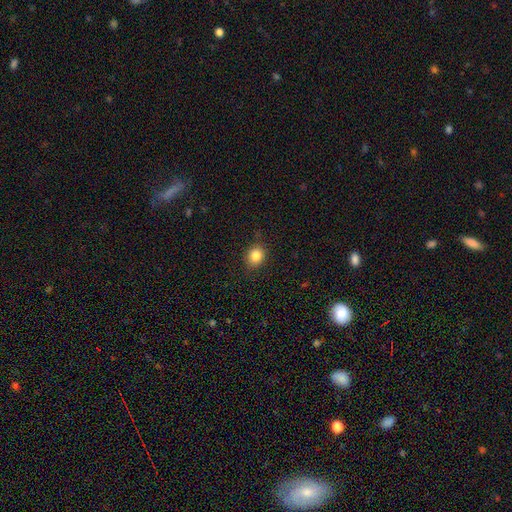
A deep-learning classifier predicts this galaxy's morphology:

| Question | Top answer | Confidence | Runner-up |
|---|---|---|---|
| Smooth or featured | smooth | 84% | star or artifact (10%) |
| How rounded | round | 69% | in between (30%) |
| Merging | none | 85% | minor disturbance (11%) |